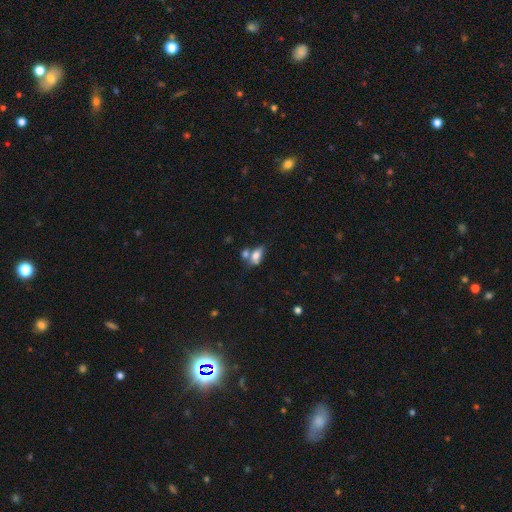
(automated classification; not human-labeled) Smooth or featured? smooth (74%)
How rounded? in between (85%)
Merging? merger (40%)